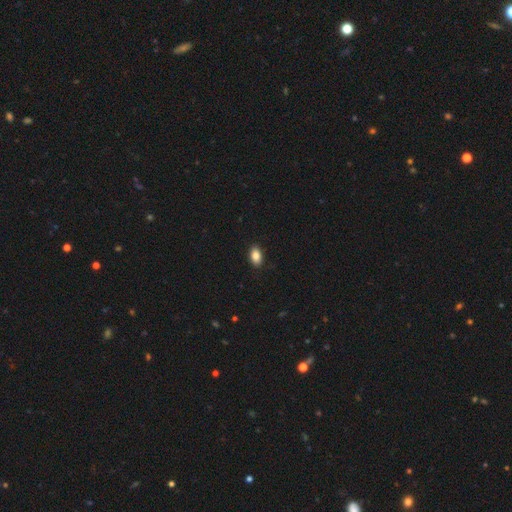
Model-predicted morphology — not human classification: Q: Smooth or featured?
A: smooth (87%); runner-up: star or artifact (8%)
Q: How rounded?
A: in between (91%); runner-up: round (7%)
Q: Merging?
A: none (90%); runner-up: minor disturbance (7%)